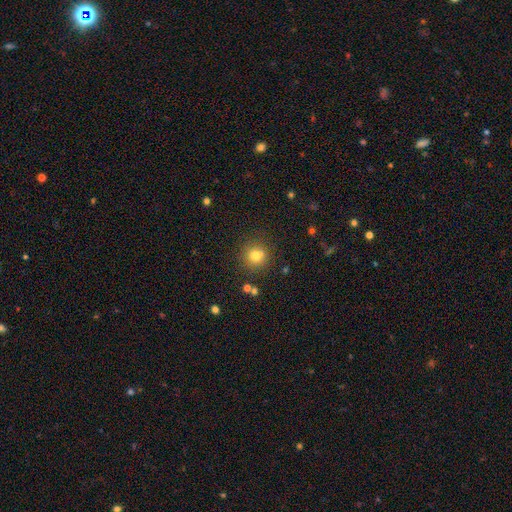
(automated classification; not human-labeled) Overall: smooth (72%). How rounded: round (90%). Merging: none (69%).